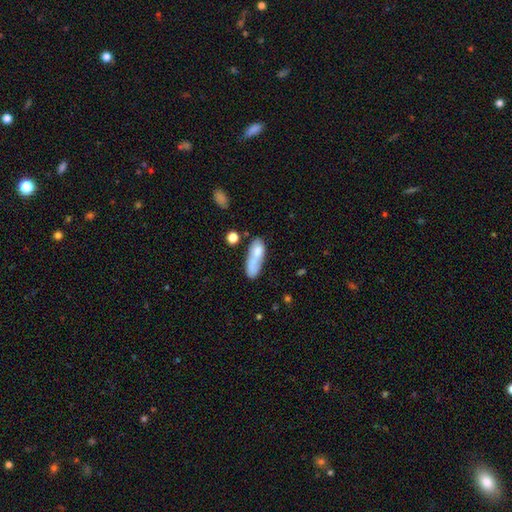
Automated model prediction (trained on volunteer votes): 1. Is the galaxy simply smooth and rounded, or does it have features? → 69% smooth, 22% featured or disk, 9% star or artifact.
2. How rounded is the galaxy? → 53% in between, 44% cigar-shaped, 3% round.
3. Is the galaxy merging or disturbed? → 37% none, 26% merger, 22% minor disturbance, 15% major disturbance.